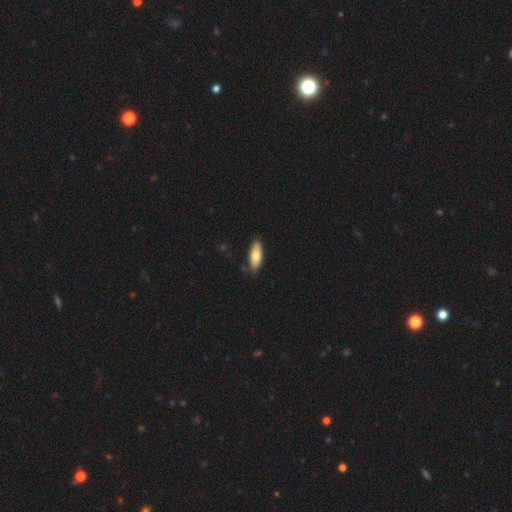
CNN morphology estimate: This appears to be a smooth galaxy with no disk features (76%) that is in between round and cigar-shaped (72%). Merging: none (82%).